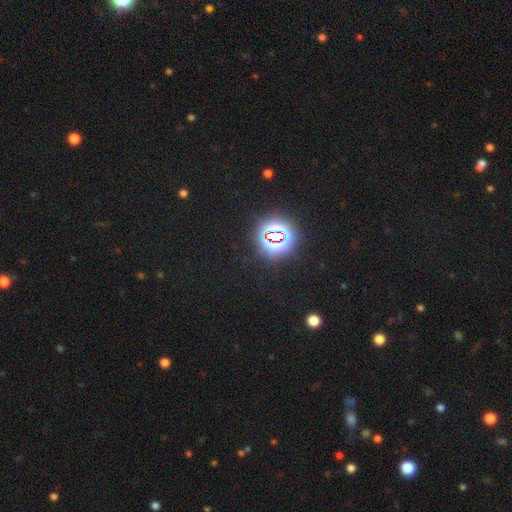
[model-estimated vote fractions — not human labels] Morphology: type=star or artifact (80%).